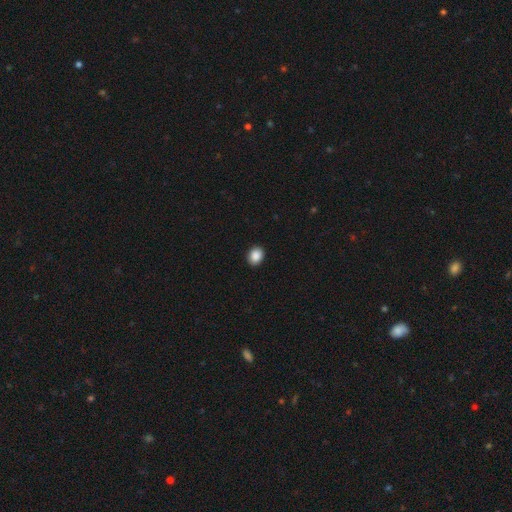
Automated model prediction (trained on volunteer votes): A smooth galaxy with no disk features (89%) that is in between round and cigar-shaped (53%). Merging: none (91%).